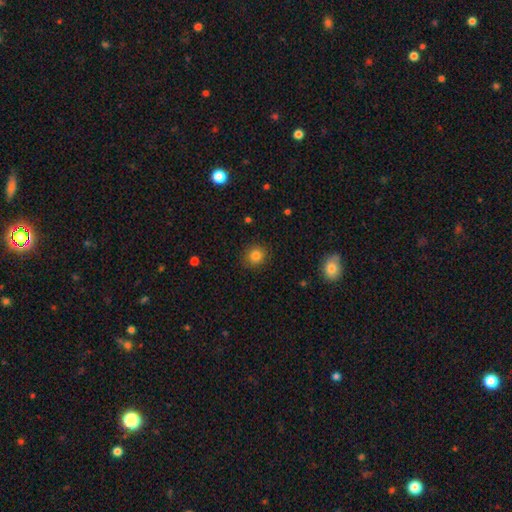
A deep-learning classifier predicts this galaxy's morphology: Q: Smooth or featured?
A: smooth (83%); runner-up: star or artifact (11%)
Q: How rounded?
A: round (89%); runner-up: in between (10%)
Q: Merging?
A: none (90%); runner-up: minor disturbance (7%)